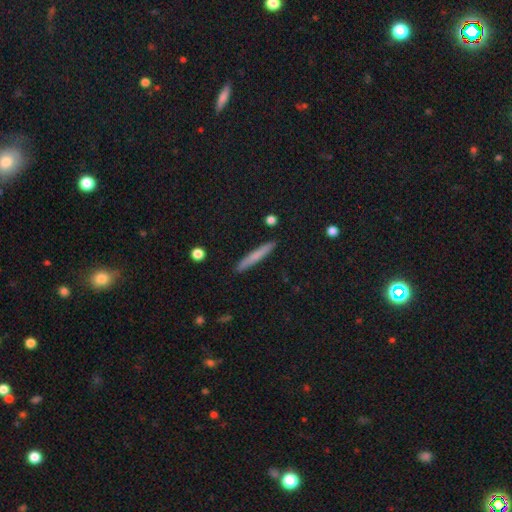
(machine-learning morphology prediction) This is likely a smooth galaxy (69%). How rounded: clearly cigar-shaped (95%). Merging: clearly none (90%).